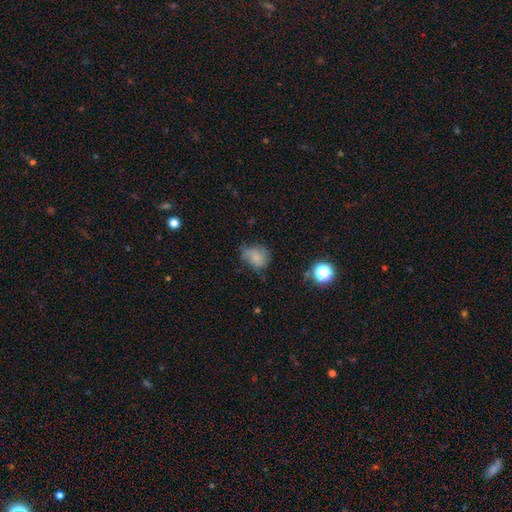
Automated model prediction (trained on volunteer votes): Overall: smooth (63%; featured or disk 25%). How rounded: round (58%; in between 41%). Merging: none (46%; minor disturbance 34%).